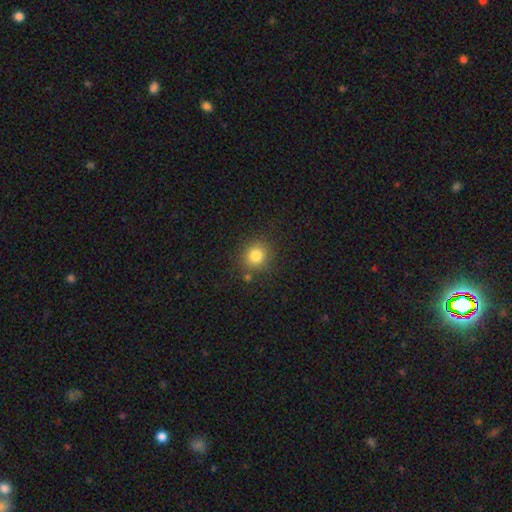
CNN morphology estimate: A smooth galaxy with no disk features (82%) that is round (88%).

Vote fractions:
- Smooth or featured? smooth: 82% / star or artifact: 12% / featured or disk: 6%
- How rounded? round: 88% / in between: 11% / cigar-shaped: 1%
- Merging? none: 83% / minor disturbance: 10% / merger: 4% / major disturbance: 3%